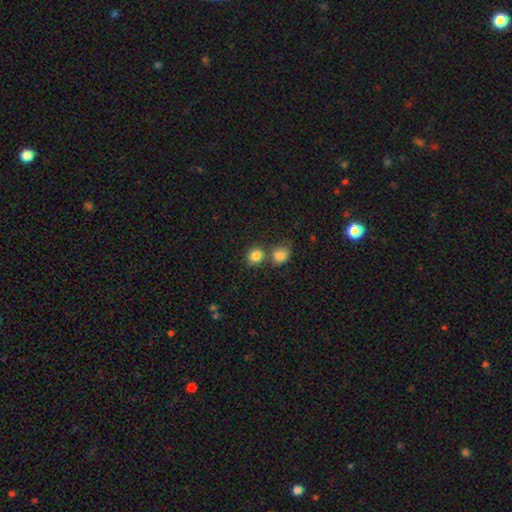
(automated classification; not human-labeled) Smooth or featured? Predicted: smooth (p=0.83). How rounded? Predicted: round (p=0.80). Merging? Predicted: none (p=0.60).